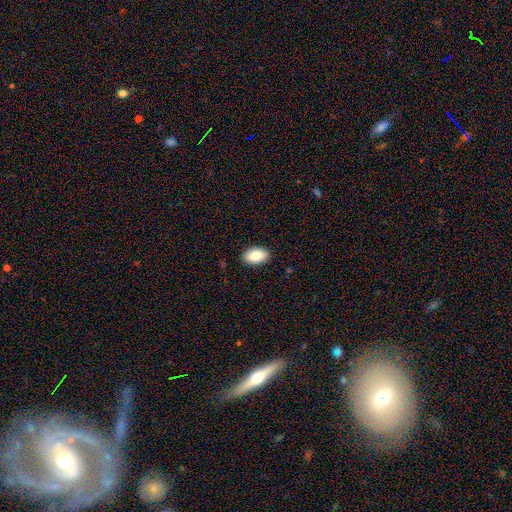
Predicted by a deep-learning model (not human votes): Smooth or featured? smooth (85%)
How rounded? in between (92%)
Merging? none (90%)